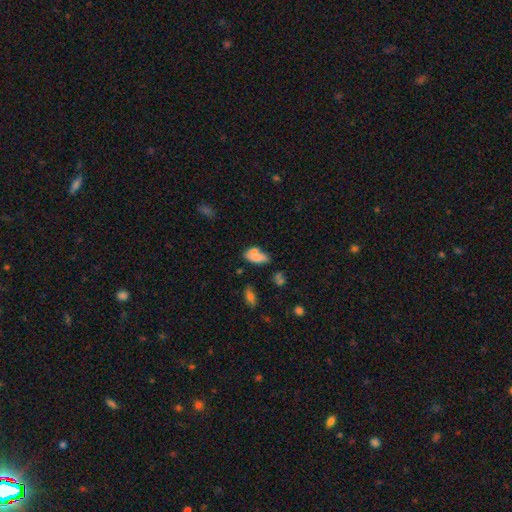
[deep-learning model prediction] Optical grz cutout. It shows a smooth galaxy with no disk features (67%) that is in between round and cigar-shaped (87%). Merging: merger (39%).